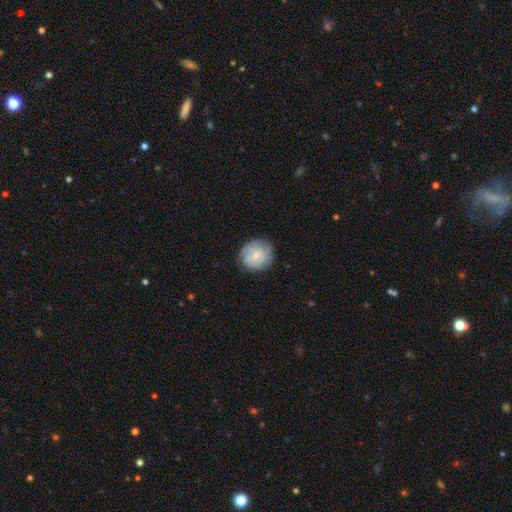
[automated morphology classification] A smooth galaxy with no disk features (59%) that is round (87%). Merging: none (80%).